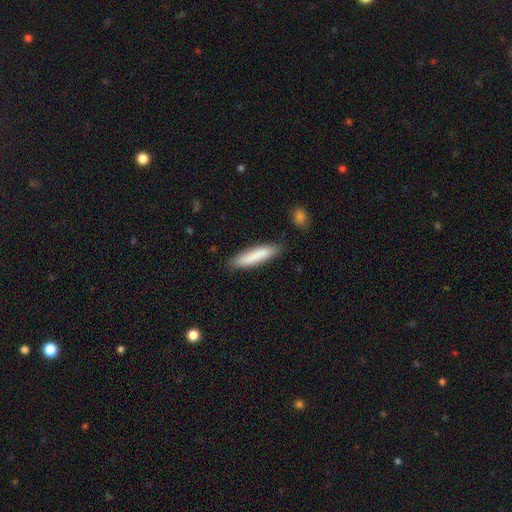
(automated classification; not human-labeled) Morphology: type=smooth (84%); roundness=cigar-shaped (79%); merging=none (85%).